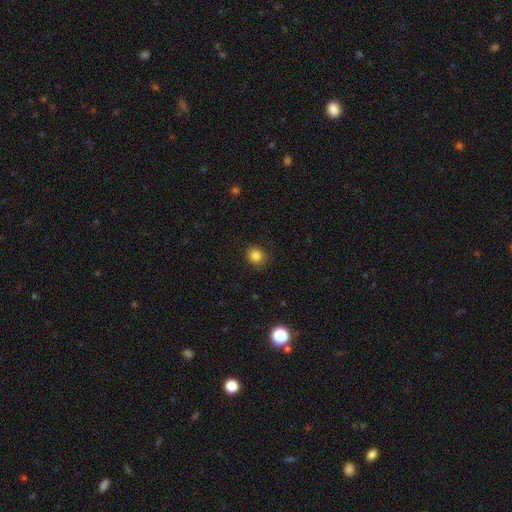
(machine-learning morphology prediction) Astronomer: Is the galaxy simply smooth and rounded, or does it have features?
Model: smooth — 84%.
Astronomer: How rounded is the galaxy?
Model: round — 77%.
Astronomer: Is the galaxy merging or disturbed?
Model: none — 84%.